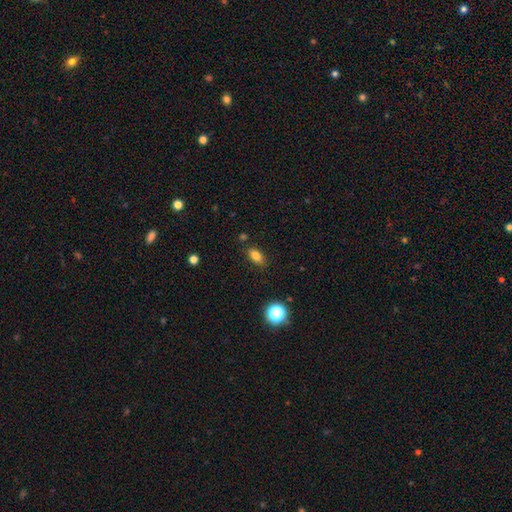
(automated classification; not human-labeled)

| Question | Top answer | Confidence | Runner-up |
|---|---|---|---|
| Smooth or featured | smooth | 81% | star or artifact (11%) |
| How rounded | in between | 86% | round (9%) |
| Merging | none | 84% | minor disturbance (11%) |